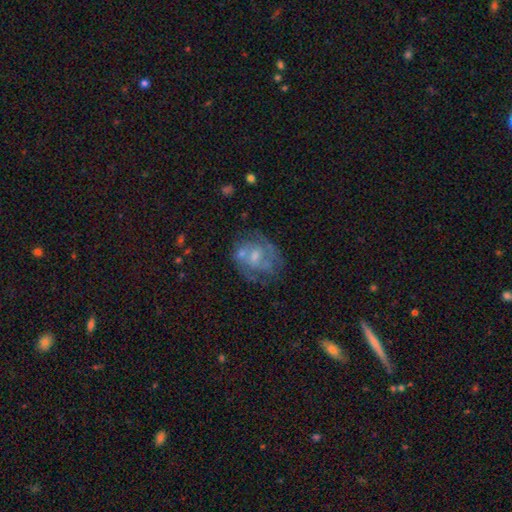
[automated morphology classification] The model was most divided on "bulge size" (2-way tie): small: 42%, moderate: 42%, none: 11%, large: 3%, dominant: 1%. More confident: edge-on disk — no (97%); smooth or featured — featured or disk (64%); bar — no (61%); spiral arms — yes (61%); merging — none (53%).